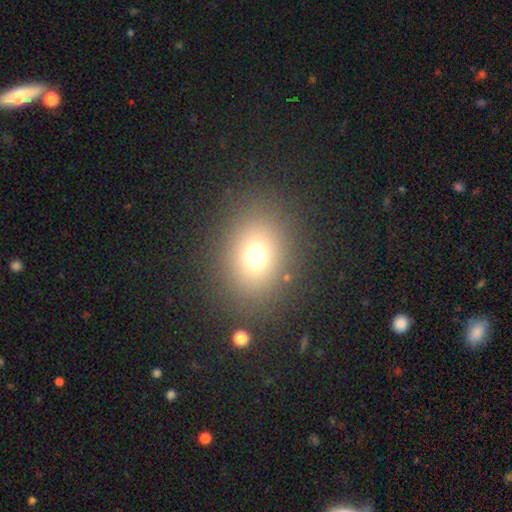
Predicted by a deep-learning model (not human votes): Smooth or featured: smooth — 70% (star or artifact — 19%)
How rounded: round — 50% (in between — 49%)
Merging: none — 85% (minor disturbance — 8%)